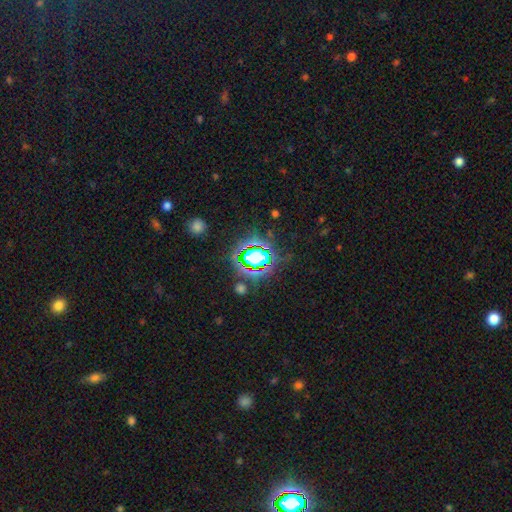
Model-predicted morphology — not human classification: Smooth or featured?
  - star or artifact: 64% *
  - smooth: 24%
  - featured or disk: 12%